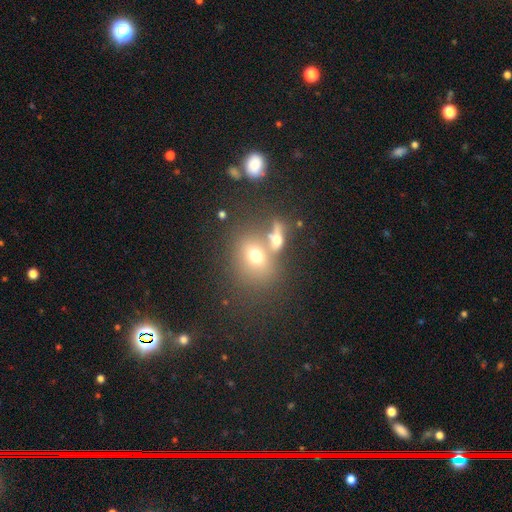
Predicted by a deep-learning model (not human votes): smooth_or_featured: smooth (p=0.65) [alt: featured or disk p=0.21]
how_rounded: in between (p=0.51) [alt: round p=0.47]
merging: none (p=0.44) [alt: merger p=0.38]